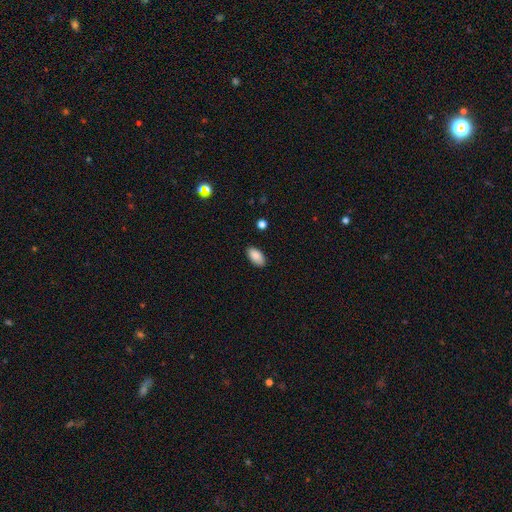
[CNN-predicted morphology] Overall: smooth (88%). How rounded: in between (94%). Merging: none (86%).